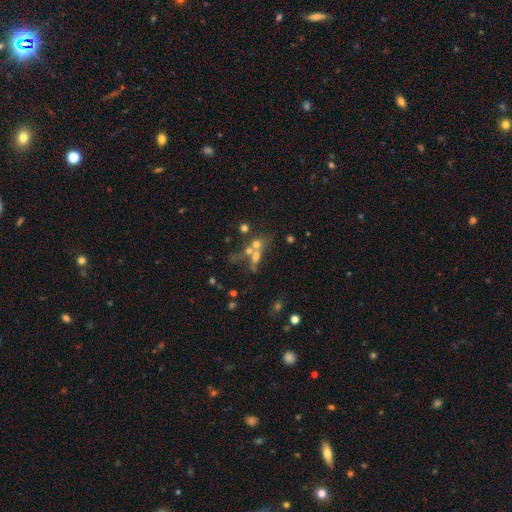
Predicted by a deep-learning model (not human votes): Smooth or featured: smooth — 41% (featured or disk — 35%)
Merging: merger — 50% (none — 33%)